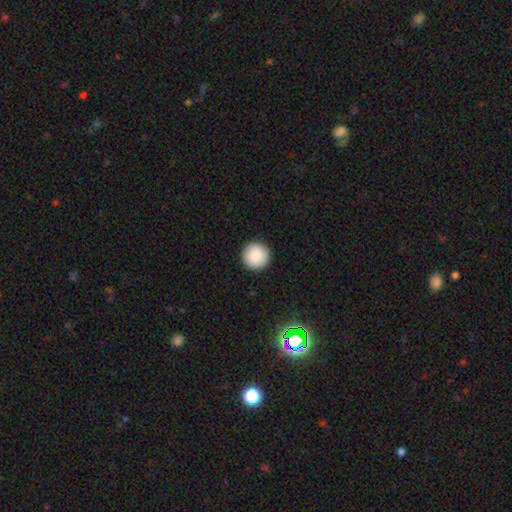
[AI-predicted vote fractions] Q: Smooth or featured?
A: smooth (87%); runner-up: star or artifact (7%)
Q: How rounded?
A: round (97%); runner-up: in between (2%)
Q: Merging?
A: none (93%); runner-up: minor disturbance (4%)